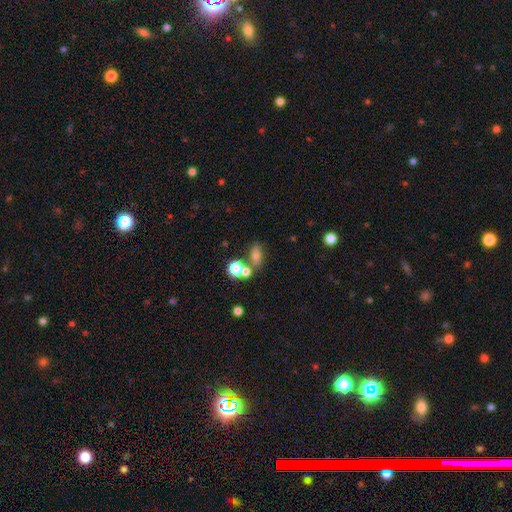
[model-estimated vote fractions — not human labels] Smooth or featured: smooth — 69% (star or artifact — 16%)
How rounded: in between — 68% (round — 25%)
Merging: none — 55% (merger — 28%)